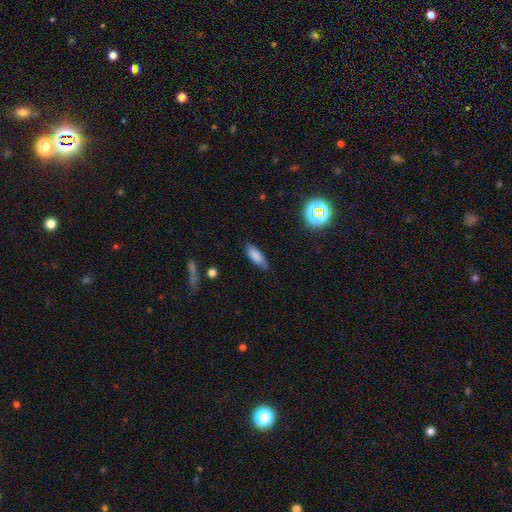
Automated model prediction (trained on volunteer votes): The model was most divided on "how rounded": in between: 63%, cigar-shaped: 35%, round: 2%. More confident: smooth or featured — smooth (82%); merging — none (82%).